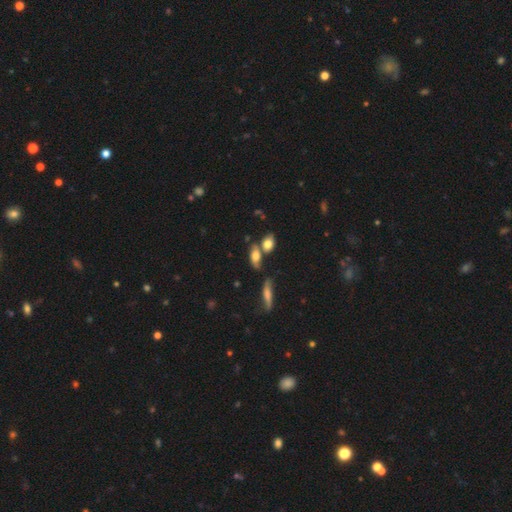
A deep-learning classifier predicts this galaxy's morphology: Smooth or featured?
  - smooth: 68% *
  - featured or disk: 21%
  - star or artifact: 11%
How rounded?
  - in between: 75% *
  - cigar-shaped: 12%
  - round: 12%
Merging?
  - none: 47% *
  - merger: 32%
  - minor disturbance: 14%
  - major disturbance: 6%